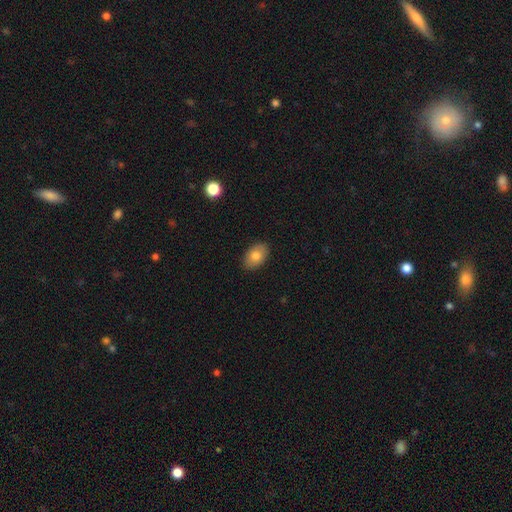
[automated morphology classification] A smooth galaxy with no disk features (78%) that is in between round and cigar-shaped (88%).

Vote fractions:
- Smooth or featured? smooth: 78% / featured or disk: 14% / star or artifact: 8%
- How rounded? in between: 88% / round: 11% / cigar-shaped: 1%
- Merging? none: 88% / minor disturbance: 9% / major disturbance: 2% / merger: 1%